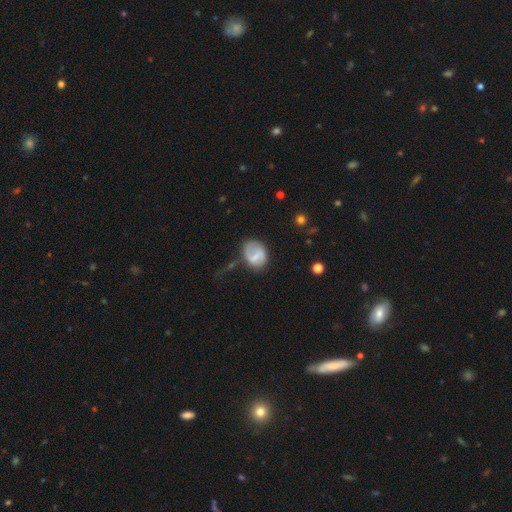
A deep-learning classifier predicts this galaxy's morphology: smooth_or_featured: smooth (p=0.50) [alt: featured or disk p=0.41]
how_rounded: in between (p=0.54) [alt: round p=0.44]
merging: none (p=0.54) [alt: minor disturbance p=0.26]